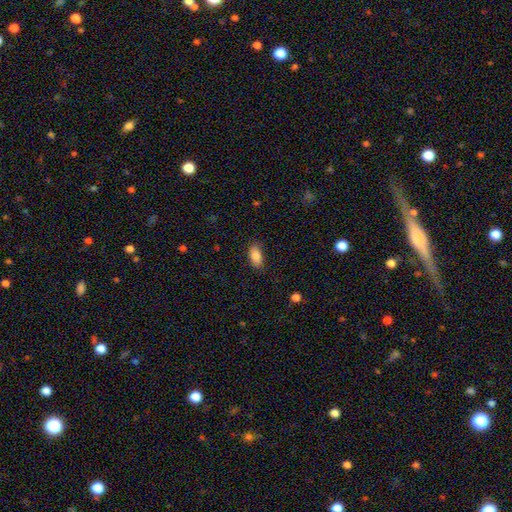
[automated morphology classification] Overall: smooth (87%). How rounded: in between (91%). Merging: none (80%).